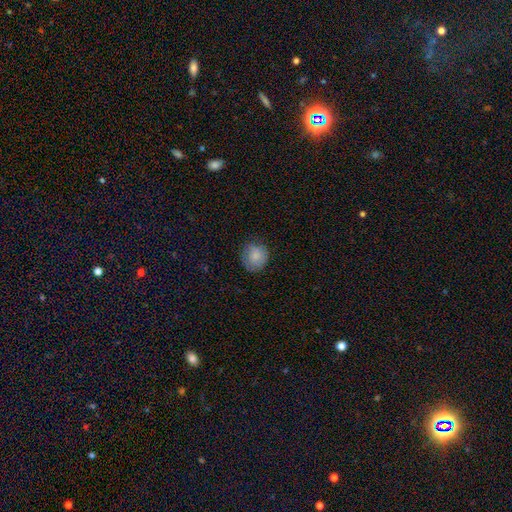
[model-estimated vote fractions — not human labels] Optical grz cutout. It shows a smooth galaxy with no disk features (80%) that is round (83%). Merging: none (74%).